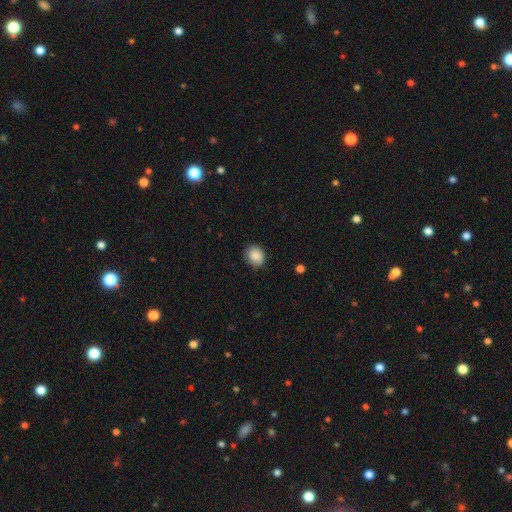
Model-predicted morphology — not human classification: Smooth or featured? Predicted: smooth (p=0.88). How rounded? Predicted: round (p=0.61). Merging? Predicted: none (p=0.84).